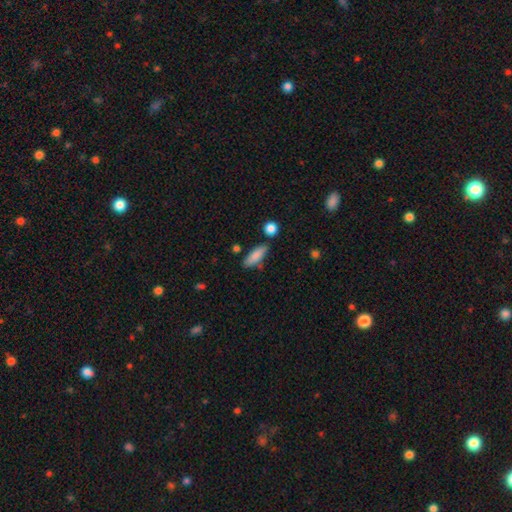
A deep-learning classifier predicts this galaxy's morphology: This is clearly a smooth galaxy (84%). How rounded: likely in between (62%). Merging: likely none (77%).